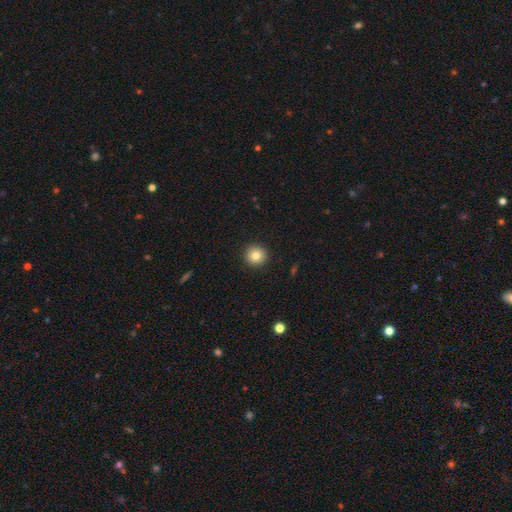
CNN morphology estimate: Q: Smooth or featured?
A: smooth (82%); runner-up: star or artifact (10%)
Q: How rounded?
A: round (95%); runner-up: in between (4%)
Q: Merging?
A: none (93%); runner-up: minor disturbance (5%)